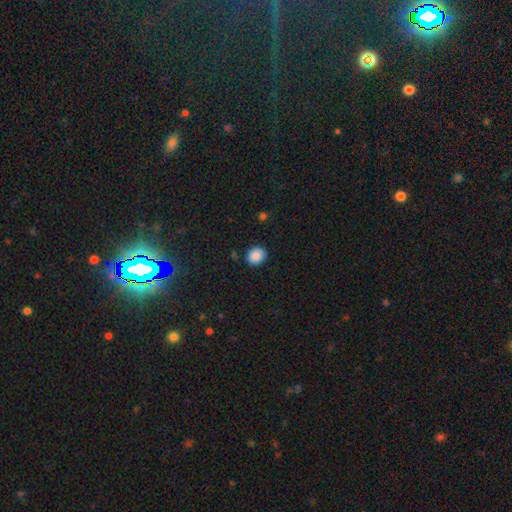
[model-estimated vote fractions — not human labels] Smooth or featured? Predicted: smooth (p=0.88). How rounded? Predicted: round (p=0.67). Merging? Predicted: none (p=0.88).